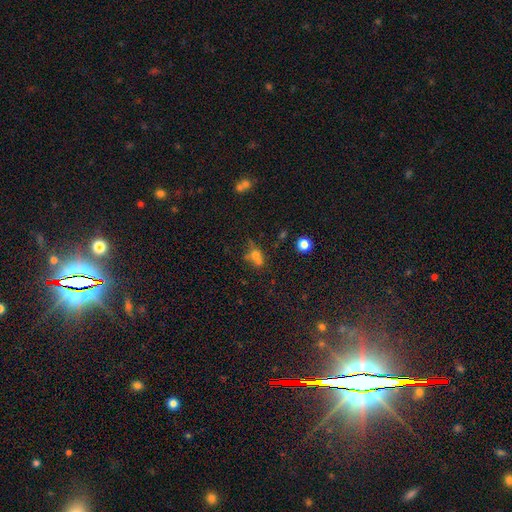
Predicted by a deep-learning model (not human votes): Smooth or featured?
  - smooth: 62% *
  - star or artifact: 19%
  - featured or disk: 19%
How rounded?
  - round: 50% *
  - in between: 45%
  - cigar-shaped: 5%
Merging?
  - none: 40% *
  - merger: 35%
  - minor disturbance: 16%
  - major disturbance: 10%